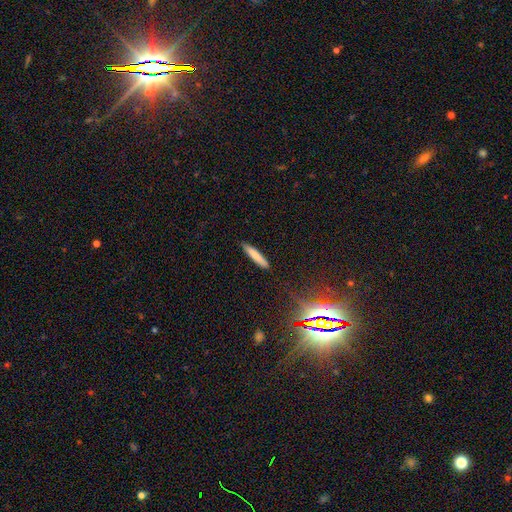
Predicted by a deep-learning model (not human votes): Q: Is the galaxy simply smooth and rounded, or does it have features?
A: smooth — 79%.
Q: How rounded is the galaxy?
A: cigar-shaped — 91%.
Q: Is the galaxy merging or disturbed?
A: none — 89%.